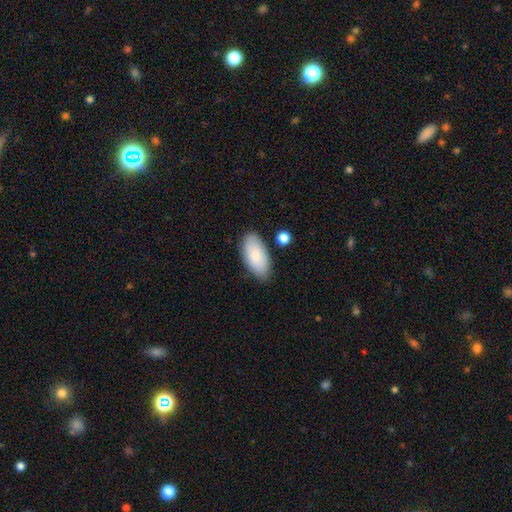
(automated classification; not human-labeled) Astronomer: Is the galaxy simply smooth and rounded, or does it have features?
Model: smooth — 84%.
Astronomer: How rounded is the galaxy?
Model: in between — 93%.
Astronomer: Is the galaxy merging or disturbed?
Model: none — 79%.